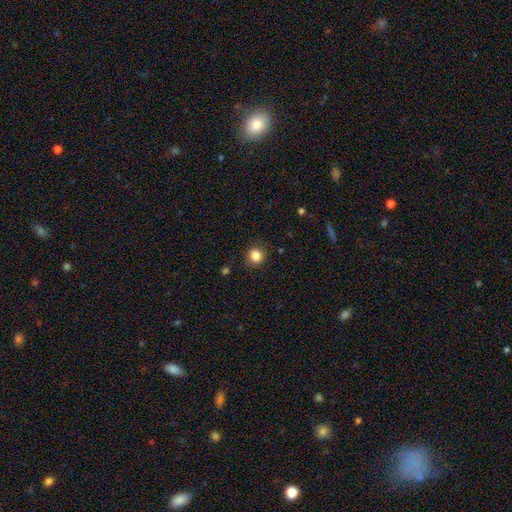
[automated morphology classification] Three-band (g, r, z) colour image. It shows a smooth galaxy with no disk features (84%) that is round (85%). Merging: none (84%).